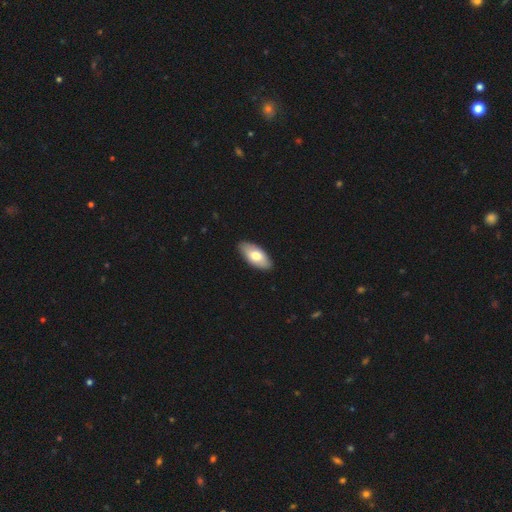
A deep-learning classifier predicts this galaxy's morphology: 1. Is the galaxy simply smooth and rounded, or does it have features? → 72% smooth, 23% featured or disk, 5% star or artifact.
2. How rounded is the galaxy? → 92% in between, 6% cigar-shaped, 2% round.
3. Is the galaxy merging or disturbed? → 88% none, 10% minor disturbance, 2% major disturbance, 1% merger.